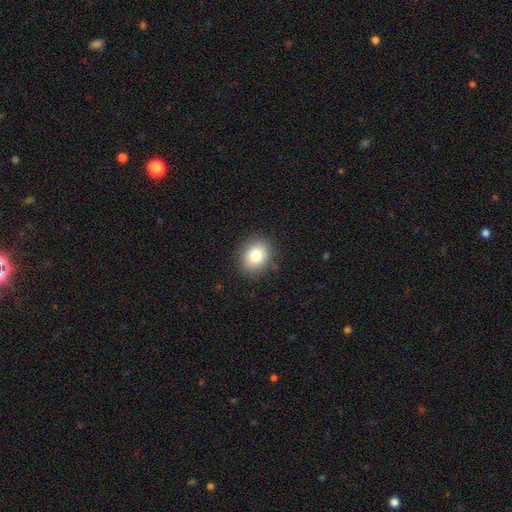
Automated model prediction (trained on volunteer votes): This appears to be a smooth galaxy with no disk features (82%) that is round (52%). Merging: none (87%).